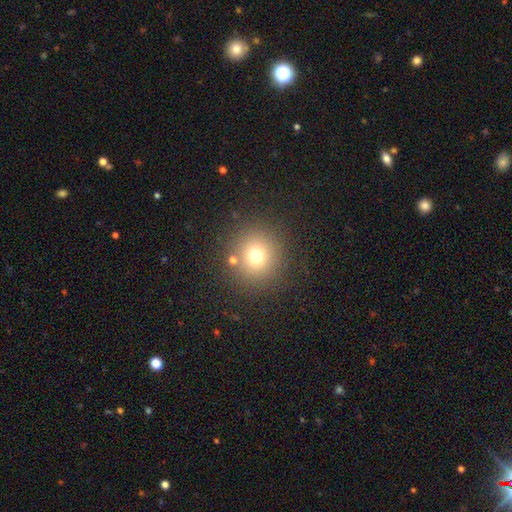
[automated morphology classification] type=smooth (70%); roundness=round (94%); merging=none (84%).